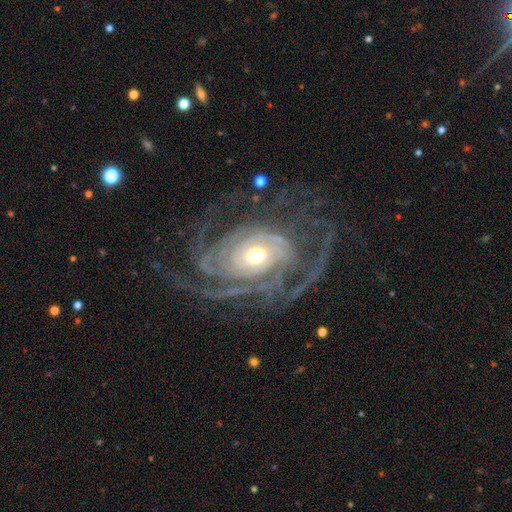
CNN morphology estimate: A featured or disk galaxy (92%) with no bar (73%), 4 (22%) tight (64%) spiral arms (98%) and a moderate central bulge (65%).

Vote fractions:
- Smooth or featured? featured or disk: 92% / star or artifact: 5% / smooth: 4%
- Edge-on disk? no: 97% / yes: 3%
- Bar? no: 73% / weak: 17% / strong: 10%
- Spiral arms? yes: 98% / no: 2%
- Spiral winding? tight: 64% / medium: 27% / loose: 9%
- Spiral arm count? 4: 22% / more than 4: 19% / 3: 18% / can't tell: 18% / 2: 14% / 1: 9%
- Bulge size? moderate: 65% / small: 24% / large: 9% / dominant: 1% / none: 1%
- Merging? none: 66% / major disturbance: 17% / minor disturbance: 15% / merger: 2%